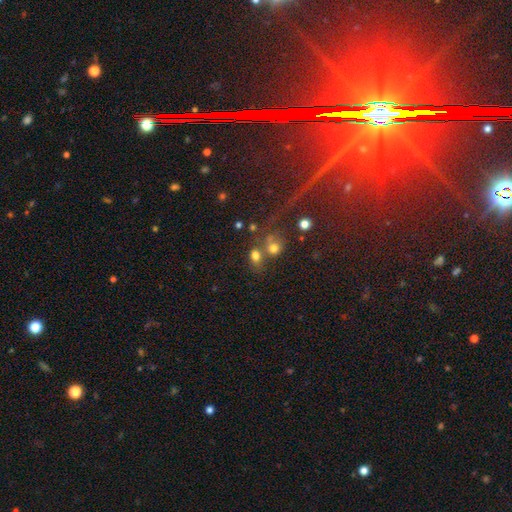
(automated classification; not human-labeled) Smooth or featured: smooth — 73% (star or artifact — 16%)
How rounded: round — 54% (in between — 44%)
Merging: none — 44% (merger — 39%)